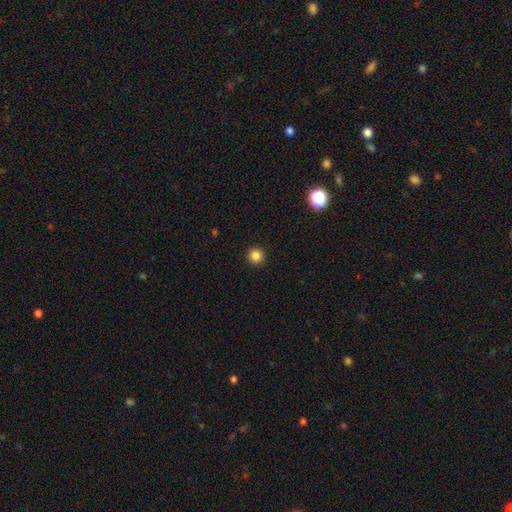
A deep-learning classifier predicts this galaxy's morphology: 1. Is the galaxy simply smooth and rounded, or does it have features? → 84% smooth, 12% star or artifact, 4% featured or disk.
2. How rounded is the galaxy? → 96% round, 3% in between, 1% cigar-shaped.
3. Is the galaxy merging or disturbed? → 94% none, 4% minor disturbance, 1% major disturbance, 1% merger.